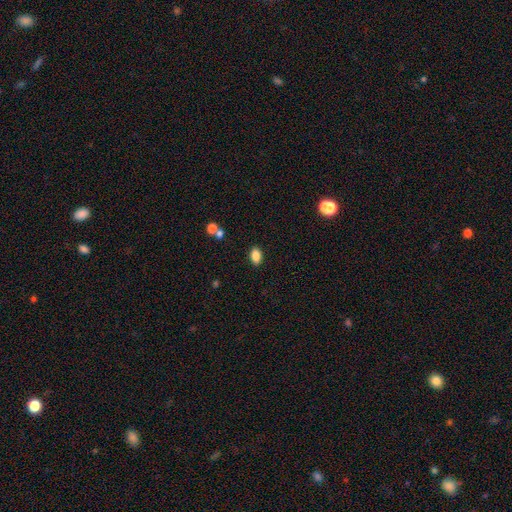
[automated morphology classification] Smooth or featured? Predicted: smooth (p=0.86). How rounded? Predicted: in between (p=0.90). Merging? Predicted: none (p=0.88).